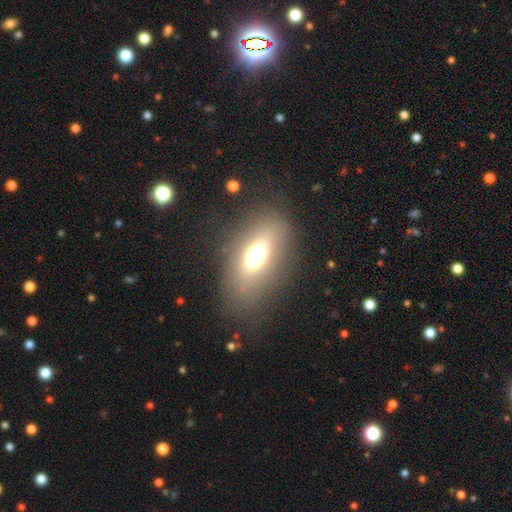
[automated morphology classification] This appears to be a smooth galaxy with no disk features (55%) that is in between round and cigar-shaped (76%). Merging: none (79%).